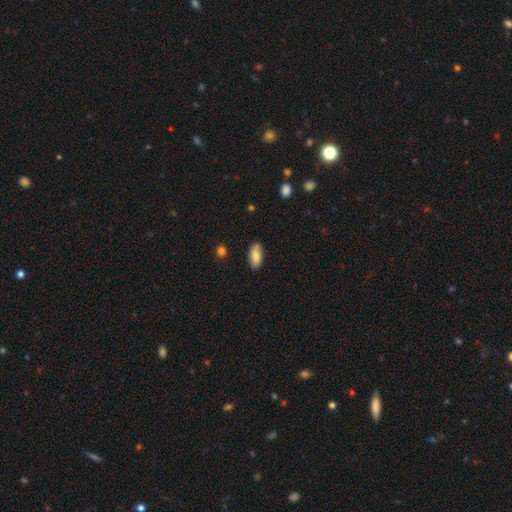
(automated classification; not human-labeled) The model was most divided on "merging": none: 82%, minor disturbance: 14%, major disturbance: 2%, merger: 2%. More confident: how rounded — in between (89%); smooth or featured — smooth (82%).